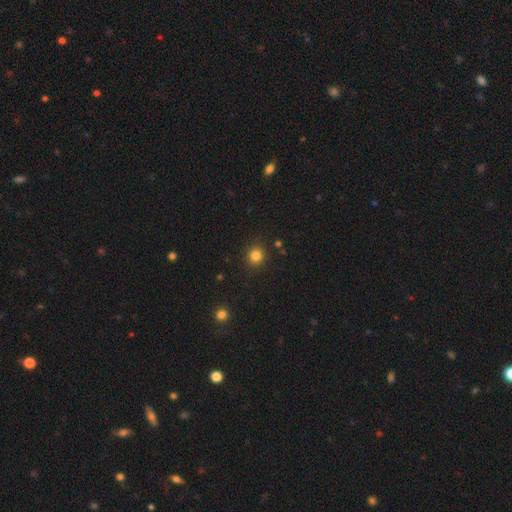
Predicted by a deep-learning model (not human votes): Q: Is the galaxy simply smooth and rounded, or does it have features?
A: smooth — 82%.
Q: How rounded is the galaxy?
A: round — 86%.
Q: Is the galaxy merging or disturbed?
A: none — 88%.